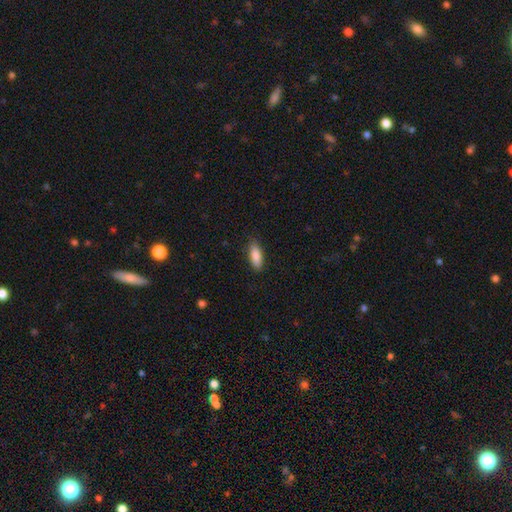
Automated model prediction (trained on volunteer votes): This is clearly a smooth galaxy (88%). How rounded: likely in between (74%). Merging: clearly none (86%).